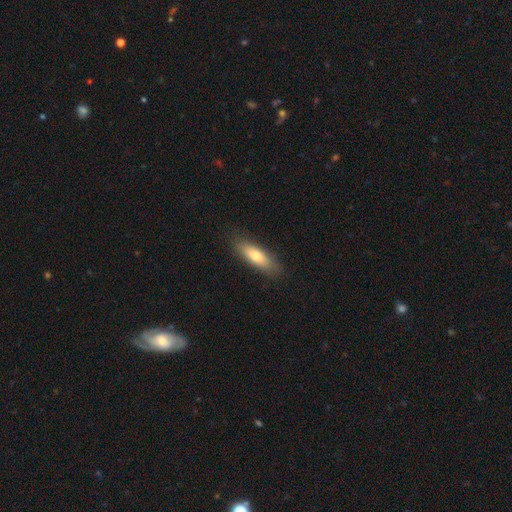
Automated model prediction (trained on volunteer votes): Q: Smooth or featured?
A: smooth (77%); runner-up: featured or disk (18%)
Q: How rounded?
A: in between (51%); runner-up: cigar-shaped (47%)
Q: Merging?
A: none (84%); runner-up: minor disturbance (12%)